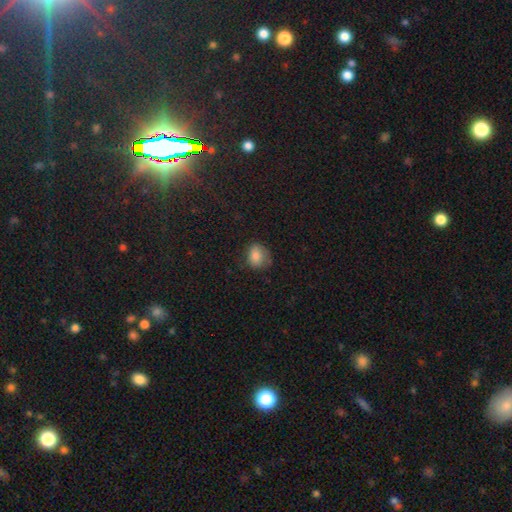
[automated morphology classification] The model was most divided on "how rounded": round: 53%, in between: 46%, cigar-shaped: 1%. More confident: smooth or featured — smooth (81%); merging — none (60%).